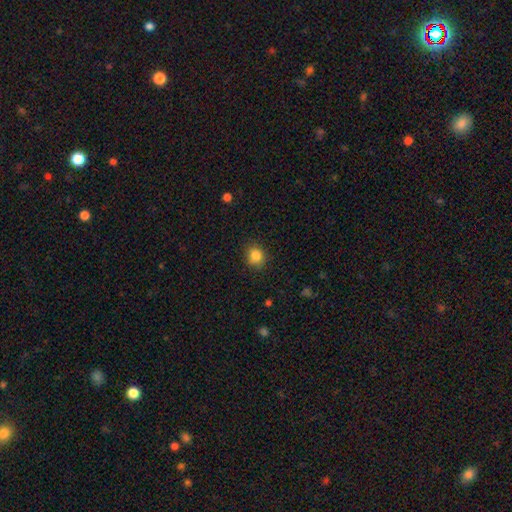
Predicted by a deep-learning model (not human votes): smooth-or-featured: smooth: 84% | star or artifact: 11% | featured or disk: 5%
  how-rounded: round: 81% | in between: 18% | cigar-shaped: 1%
  merging: none: 85% | minor disturbance: 11% | major disturbance: 3% | merger: 1%